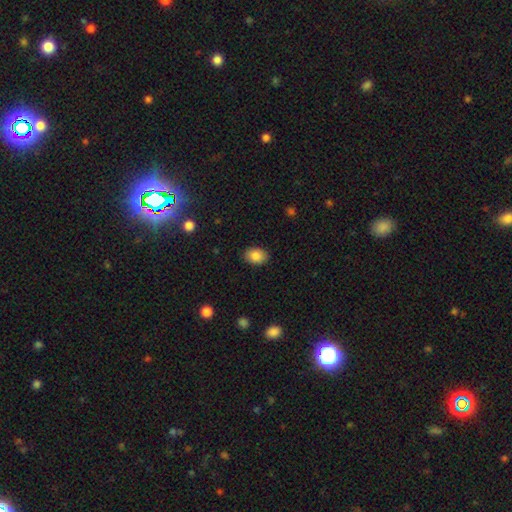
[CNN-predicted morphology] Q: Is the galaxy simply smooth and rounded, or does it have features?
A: smooth — 86%.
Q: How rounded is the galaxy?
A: in between — 79%.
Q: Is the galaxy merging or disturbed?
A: none — 88%.